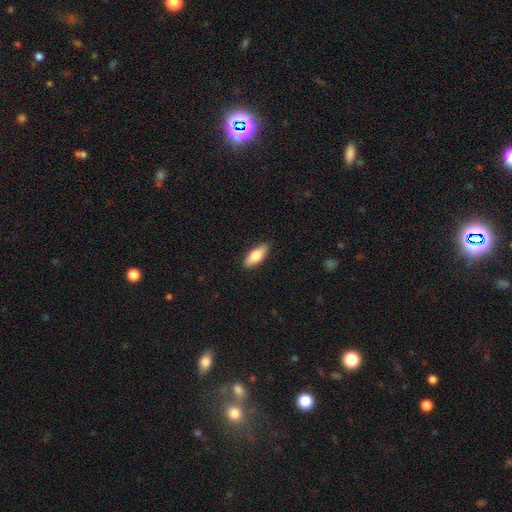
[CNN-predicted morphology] This is likely a smooth galaxy (79%). How rounded: likely in between (79%). Merging: clearly none (89%).